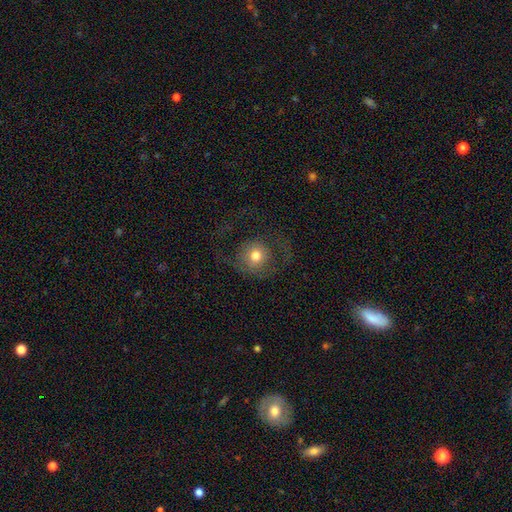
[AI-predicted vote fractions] A smooth galaxy with no disk features (58%) that is round (85%). Merging: none (50%).